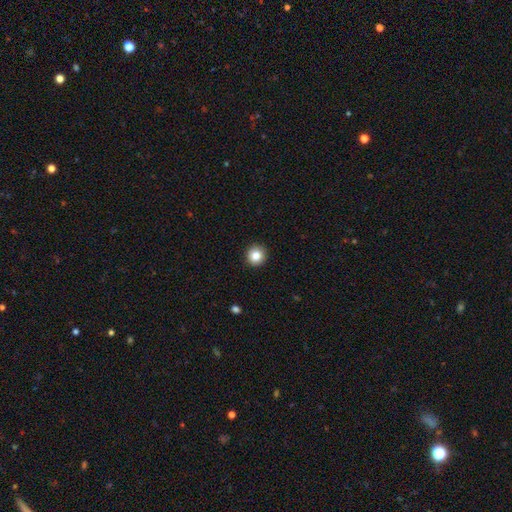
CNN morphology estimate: This appears to be a smooth galaxy with no disk features (83%) that is round (95%). Merging: none (93%).